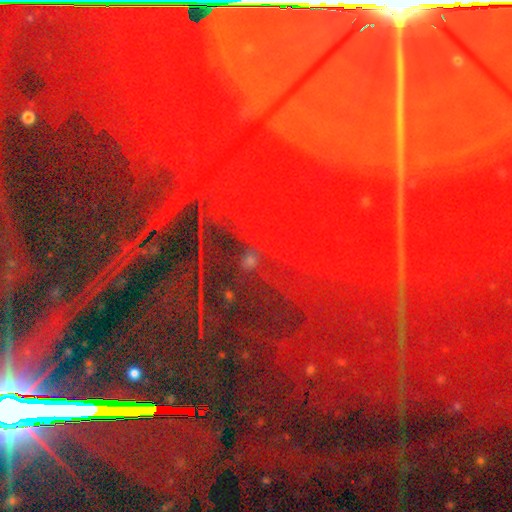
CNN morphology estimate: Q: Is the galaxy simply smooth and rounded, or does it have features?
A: star or artifact — 88%.